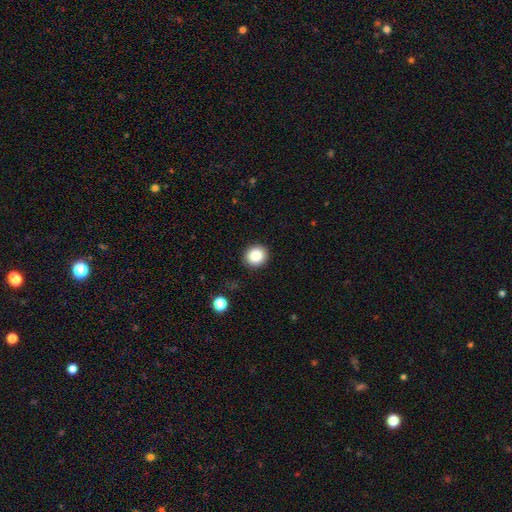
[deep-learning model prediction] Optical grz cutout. It shows a smooth galaxy with no disk features (86%) that is round (87%). Merging: none (90%).